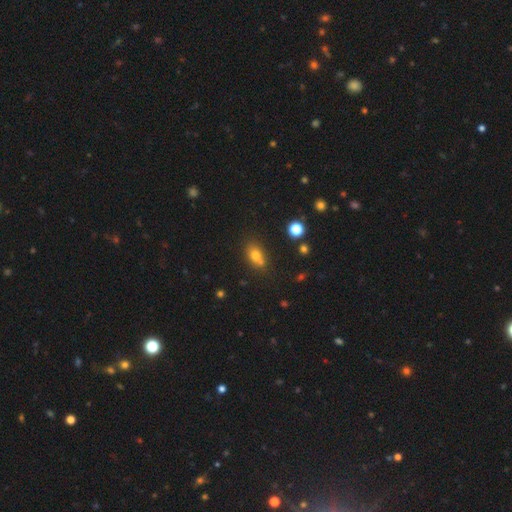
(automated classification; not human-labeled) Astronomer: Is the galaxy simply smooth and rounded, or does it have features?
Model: smooth — 74%.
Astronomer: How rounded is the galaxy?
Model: in between — 69%.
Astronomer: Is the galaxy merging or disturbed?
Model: none — 53%.